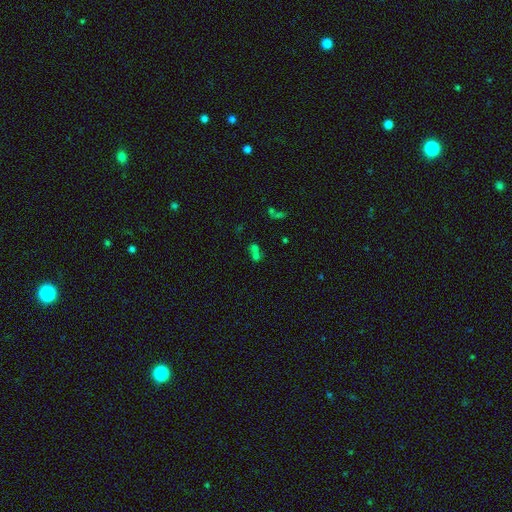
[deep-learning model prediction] Overall: smooth (52%; star or artifact 30%). How rounded: round (67%; in between 31%). Merging: merger (55%; none 34%).